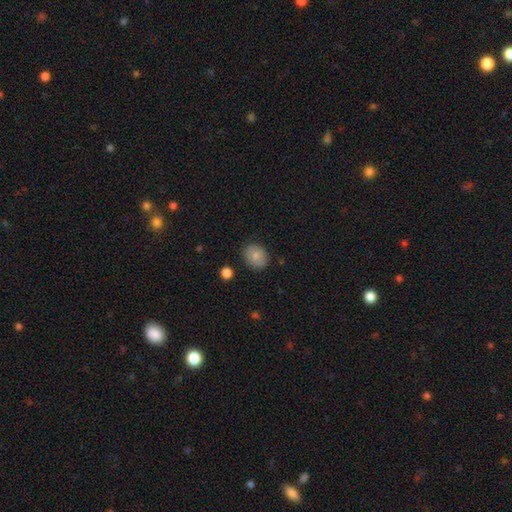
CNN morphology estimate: A smooth galaxy with no disk features (81%) that is round (55%). Merging: none (82%).